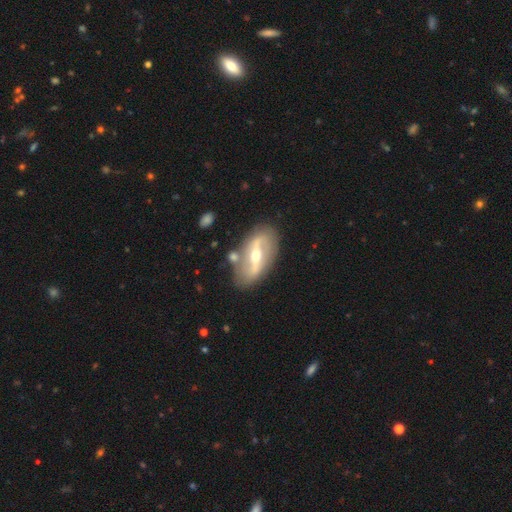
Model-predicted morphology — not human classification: Overall: featured or disk (79%). Edge-on disk: no (87%). Bar: strong (63%; weak 26%). Spiral arms: yes (66%; no 34%). Bulge size: moderate (68%). Merging: none (79%).